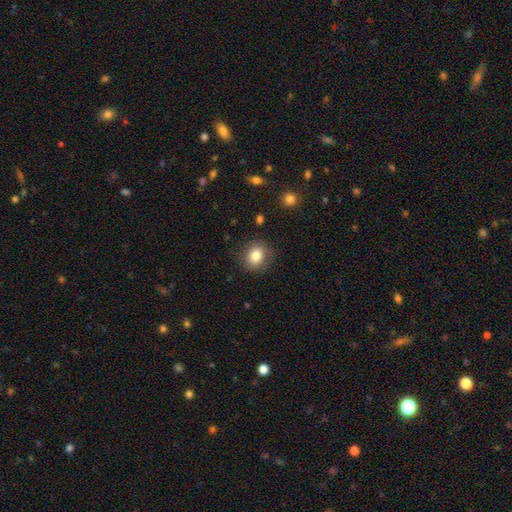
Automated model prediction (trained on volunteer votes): Smooth or featured? Predicted: smooth (p=0.81). How rounded? Predicted: round (p=0.72). Merging? Predicted: none (p=0.83).